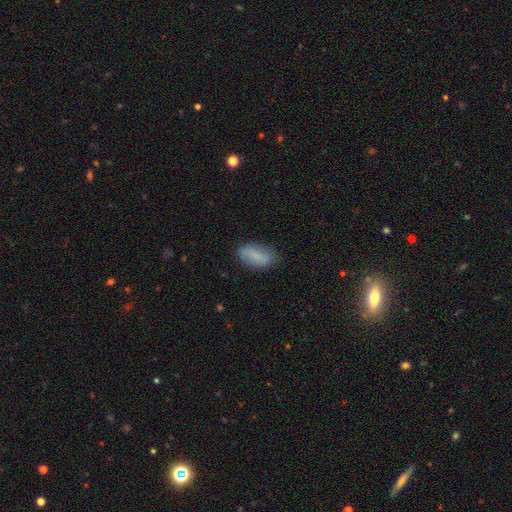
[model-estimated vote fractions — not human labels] This is likely a smooth galaxy (79%). How rounded: clearly in between (89%). Merging: likely none (78%).